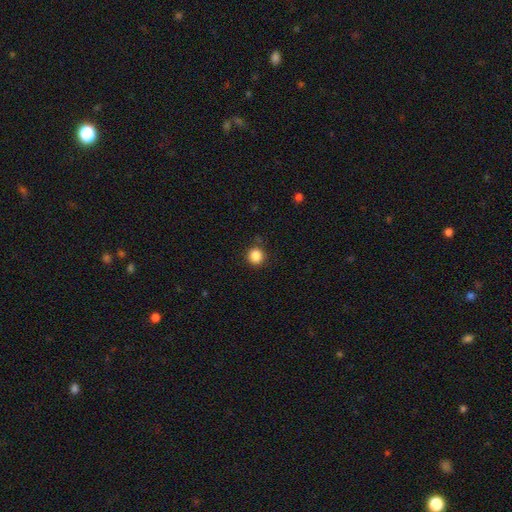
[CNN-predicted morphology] The model was most divided on "smooth or featured": smooth: 86%, star or artifact: 11%, featured or disk: 3%. More confident: how rounded — round (91%); merging — none (88%).